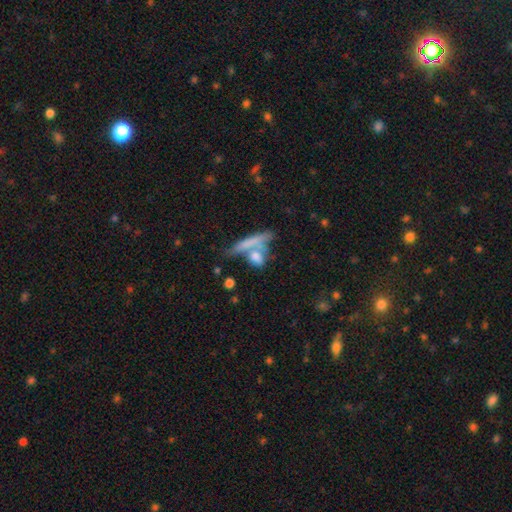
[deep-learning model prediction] smooth_or_featured: smooth (p=0.71) [alt: featured or disk p=0.21]
how_rounded: in between (p=0.42) [alt: cigar-shaped p=0.41]
merging: merger (p=0.42) [alt: none p=0.39]